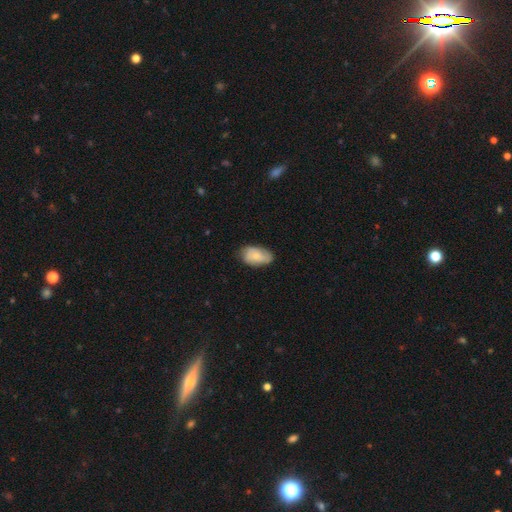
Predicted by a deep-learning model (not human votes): smooth_or_featured: smooth (p=0.70) [alt: featured or disk p=0.24]
how_rounded: in between (p=0.93) [alt: round p=0.05]
merging: none (p=0.68) [alt: minor disturbance p=0.26]